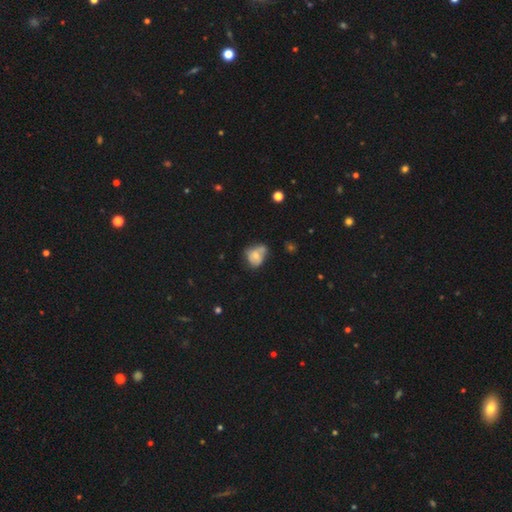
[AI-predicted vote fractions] The model was most divided on "how rounded": in between: 51%, round: 48%, cigar-shaped: 1%. Remaining: smooth or featured — smooth (60%); merging — none (34%).